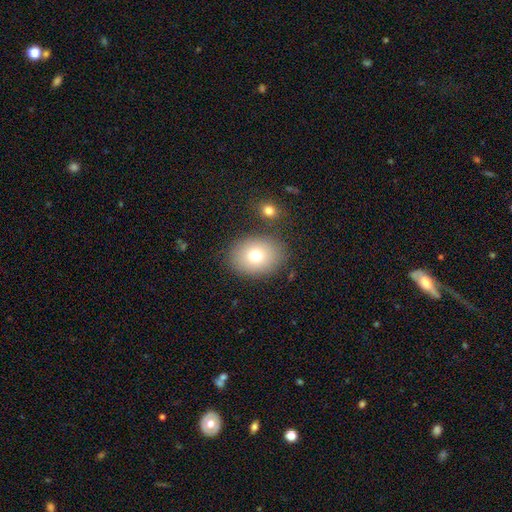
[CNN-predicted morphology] Smooth or featured: smooth — 75% (featured or disk — 14%)
How rounded: in between — 57% (round — 42%)
Merging: none — 81% (minor disturbance — 10%)